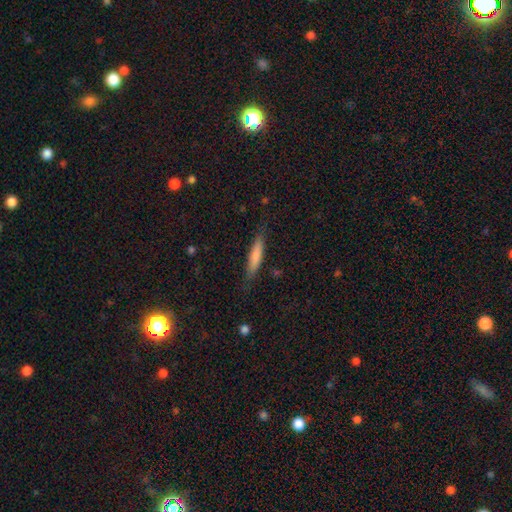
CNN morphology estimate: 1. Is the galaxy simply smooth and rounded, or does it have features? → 73% smooth, 21% featured or disk, 6% star or artifact.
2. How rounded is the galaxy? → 86% cigar-shaped, 12% in between, 1% round.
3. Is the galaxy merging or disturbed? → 82% none, 14% minor disturbance, 3% major disturbance, 1% merger.